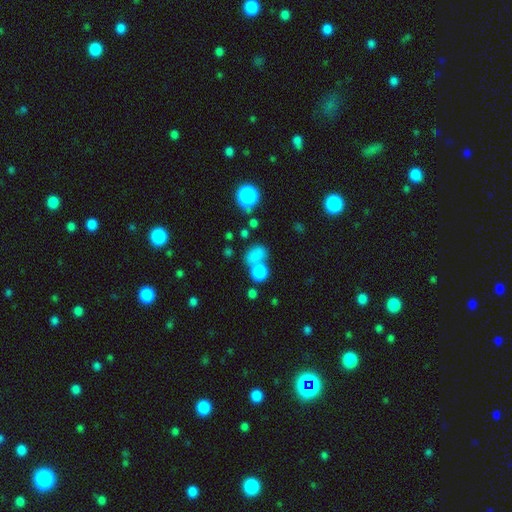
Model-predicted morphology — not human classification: smooth-or-featured: smooth: 76% | star or artifact: 16% | featured or disk: 8%
  how-rounded: in between: 53% | round: 45% | cigar-shaped: 2%
  merging: none: 41% | merger: 36% | minor disturbance: 13% | major disturbance: 9%